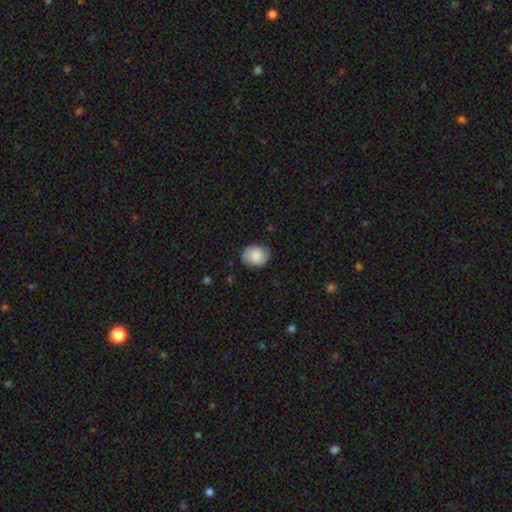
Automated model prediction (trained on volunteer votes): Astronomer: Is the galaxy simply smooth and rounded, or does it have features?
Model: smooth — 74%.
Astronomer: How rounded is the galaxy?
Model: round — 57% (runner-up: in between, 42%).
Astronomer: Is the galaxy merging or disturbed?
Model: none — 75%.